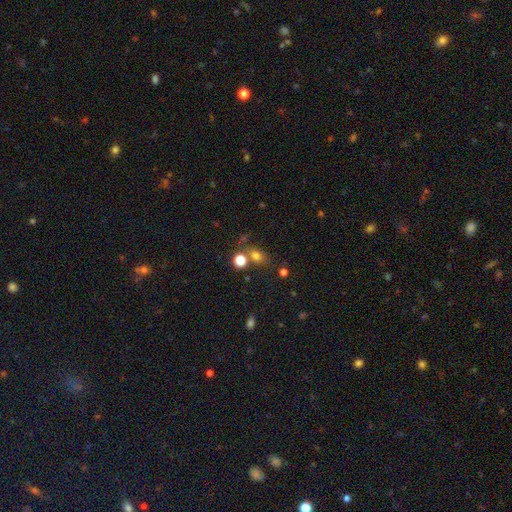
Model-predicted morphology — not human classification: smooth_or_featured: smooth (p=0.72) [alt: star or artifact p=0.19]
how_rounded: in between (p=0.52) [alt: round p=0.46]
merging: none (p=0.63) [alt: merger p=0.19]